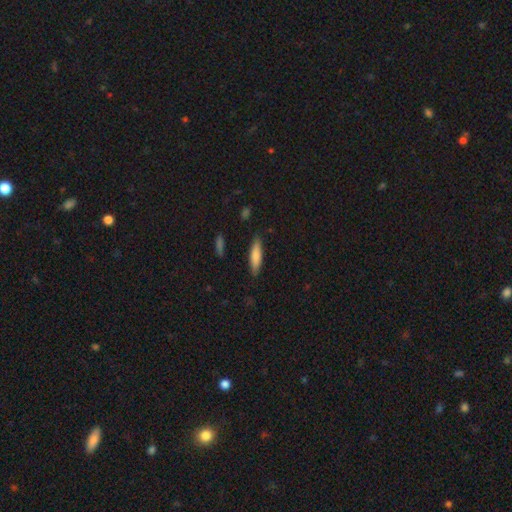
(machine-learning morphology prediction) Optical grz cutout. It shows a smooth galaxy with no disk features (80%) that is cigar-shaped (67%). Merging: none (85%).